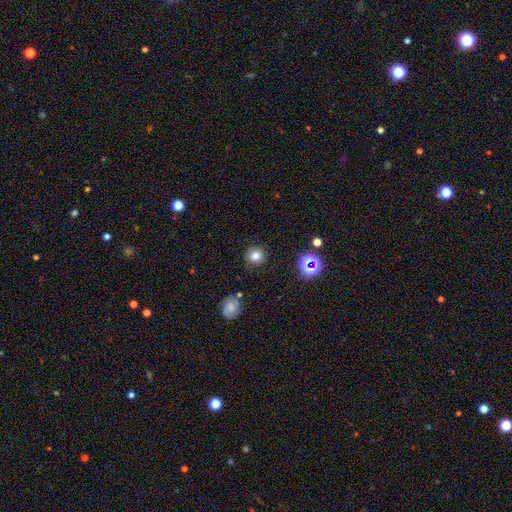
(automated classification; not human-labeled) Smooth or featured: smooth — 76% (star or artifact — 16%)
How rounded: round — 89% (in between — 10%)
Merging: none — 87% (minor disturbance — 9%)